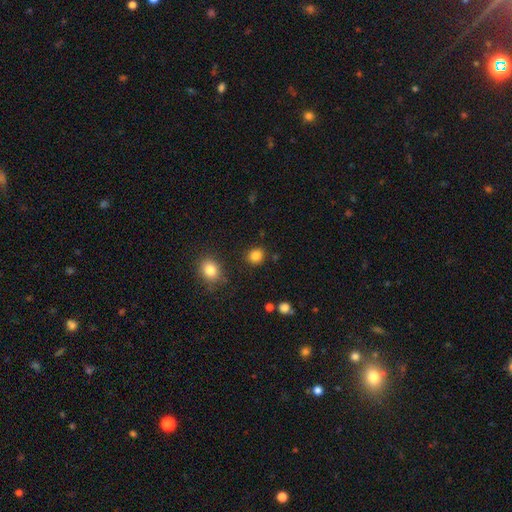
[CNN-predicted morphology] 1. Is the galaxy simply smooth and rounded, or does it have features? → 85% smooth, 11% star or artifact, 4% featured or disk.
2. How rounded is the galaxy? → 81% round, 18% in between, 1% cigar-shaped.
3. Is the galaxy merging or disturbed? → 87% none, 8% minor disturbance, 3% merger, 2% major disturbance.